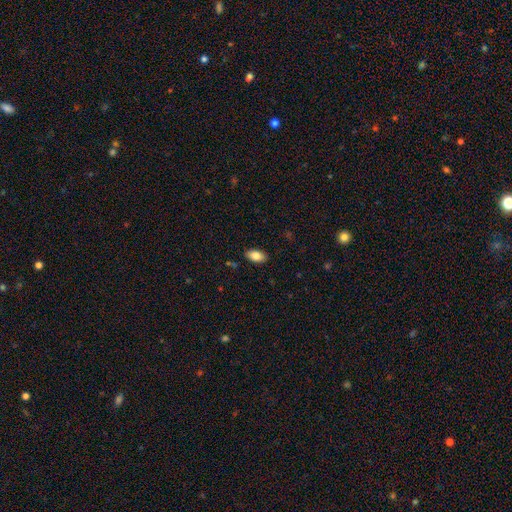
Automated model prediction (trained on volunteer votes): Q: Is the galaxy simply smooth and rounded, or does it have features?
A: smooth — 84%.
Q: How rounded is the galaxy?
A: in between — 93%.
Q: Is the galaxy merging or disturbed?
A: none — 88%.